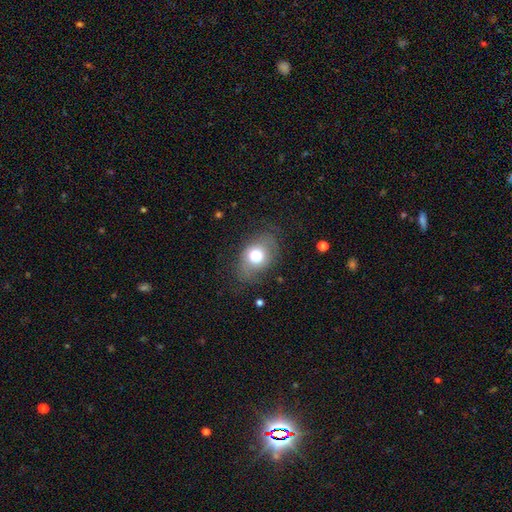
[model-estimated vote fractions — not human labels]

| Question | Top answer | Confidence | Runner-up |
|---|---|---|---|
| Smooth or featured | smooth | 66% | featured or disk (22%) |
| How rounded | in between | 62% | round (37%) |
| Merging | none | 68% | minor disturbance (21%) |